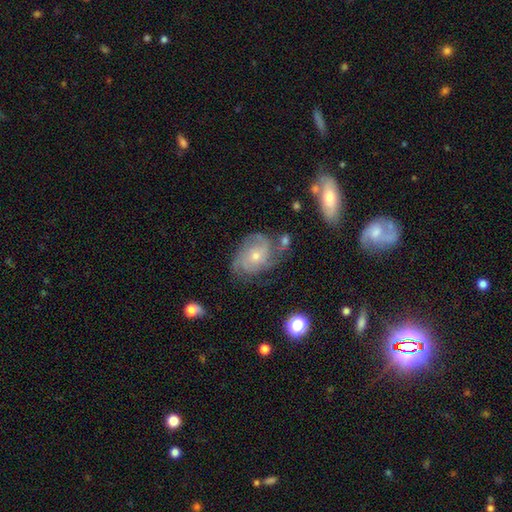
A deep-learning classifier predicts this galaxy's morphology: Smooth or featured? featured or disk (81%)
Edge-on disk? no (97%)
Bar? no (74%)
Spiral arms? yes (94%)
Spiral winding? tight (50%)
Spiral arm count? 3 (34%)
Bulge size? small (55%)
Merging? none (61%)